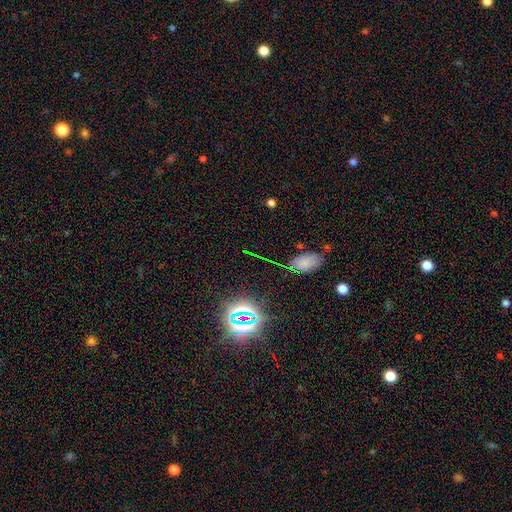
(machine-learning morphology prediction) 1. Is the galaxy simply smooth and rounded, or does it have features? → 68% star or artifact, 20% smooth, 12% featured or disk.